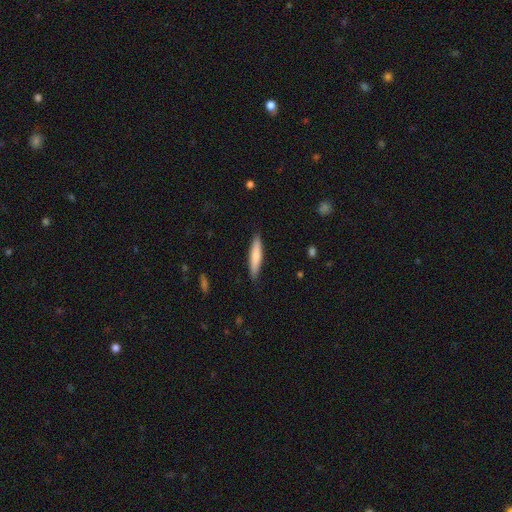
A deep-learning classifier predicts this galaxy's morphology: smooth-or-featured: smooth: 75% | featured or disk: 20% | star or artifact: 5%
  how-rounded: cigar-shaped: 85% | in between: 13% | round: 1%
  merging: none: 87% | minor disturbance: 10% | major disturbance: 2% | merger: 1%